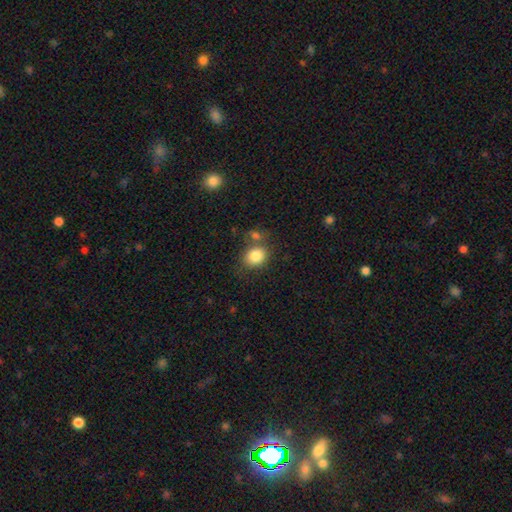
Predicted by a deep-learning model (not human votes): Smooth or featured: smooth — 84% (star or artifact — 9%)
How rounded: round — 54% (in between — 45%)
Merging: none — 62% (merger — 19%)